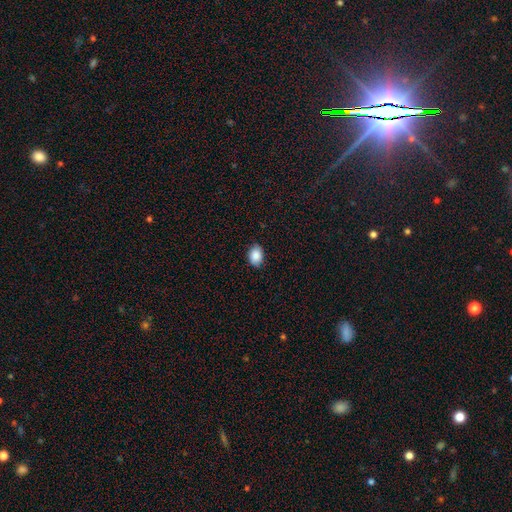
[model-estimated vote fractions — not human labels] smooth 89%, star or artifact 7%, featured or disk 4%. Down the decision tree: how rounded — in between (77%); merging — none (86%).